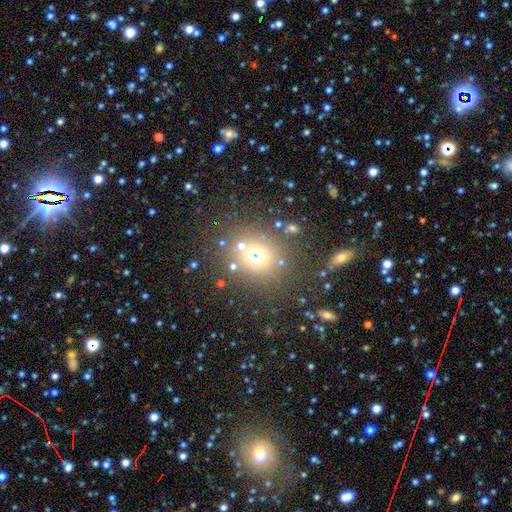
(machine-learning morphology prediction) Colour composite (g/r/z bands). It shows a smooth galaxy with no disk features (56%) that is round (78%). Merging: none (72%).